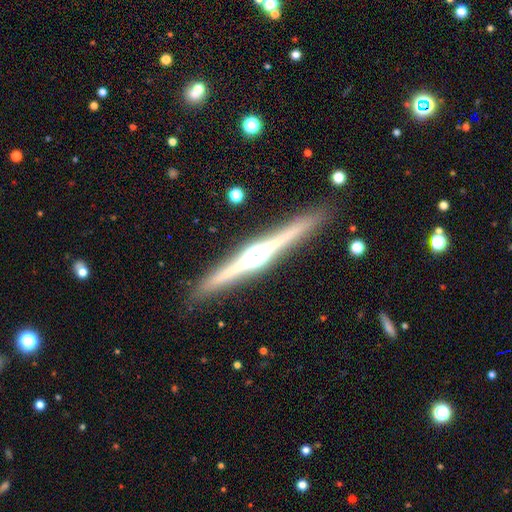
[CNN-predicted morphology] Smooth or featured? Predicted: featured or disk (p=0.83). Edge-on disk? Predicted: yes (p=0.98). Edge-on bulge? Predicted: rounded (p=0.86). Merging? Predicted: none (p=0.89).